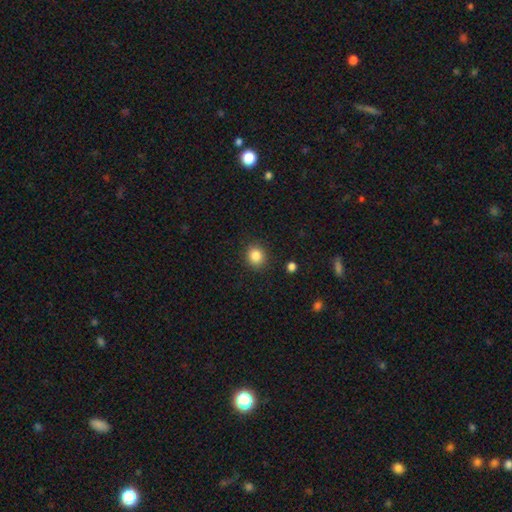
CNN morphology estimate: smooth_or_featured: smooth (p=0.85) [alt: star or artifact p=0.10]
how_rounded: round (p=0.85) [alt: in between p=0.14]
merging: none (p=0.88) [alt: minor disturbance p=0.08]